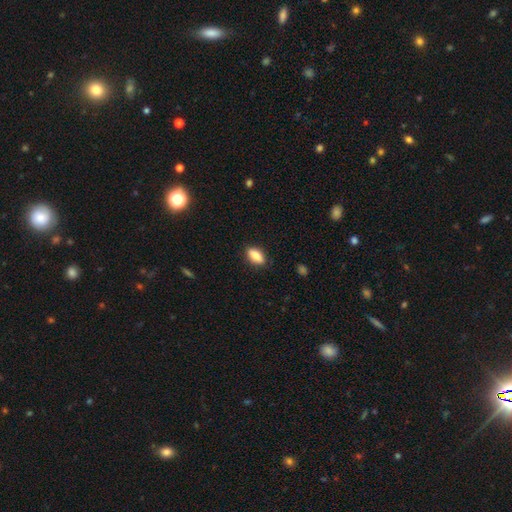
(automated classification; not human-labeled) Smooth or featured: smooth — 86% (star or artifact — 7%)
How rounded: in between — 87% (cigar-shaped — 8%)
Merging: none — 86% (minor disturbance — 11%)